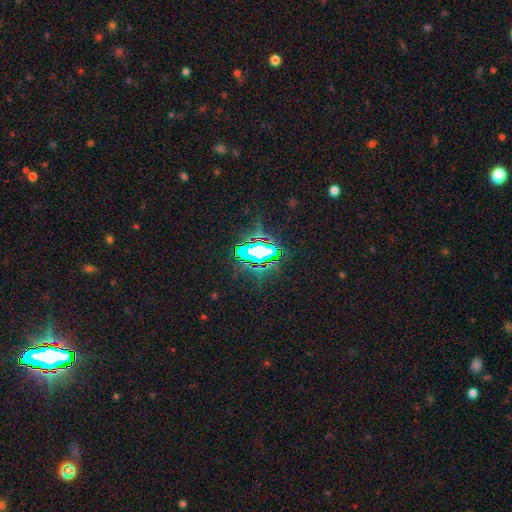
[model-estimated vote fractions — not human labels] The model was most divided on "smooth or featured": star or artifact: 67%, smooth: 19%, featured or disk: 14%.